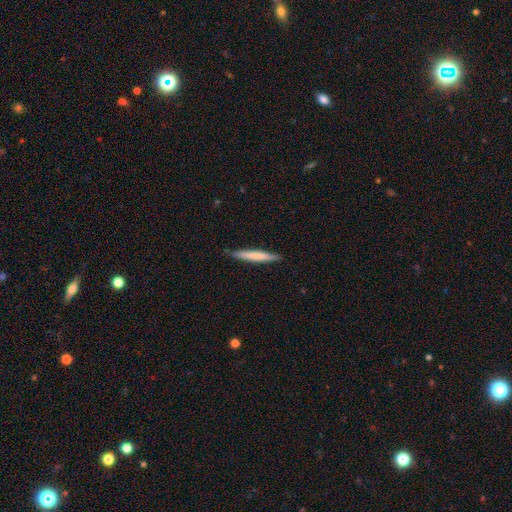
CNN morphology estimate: Smooth or featured? smooth (66%)
How rounded? cigar-shaped (95%)
Merging? none (87%)